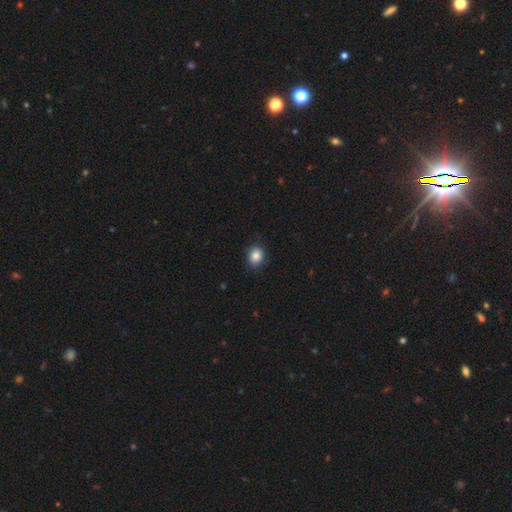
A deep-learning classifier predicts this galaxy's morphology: smooth-or-featured: smooth: 86% | star or artifact: 9% | featured or disk: 4%
  how-rounded: round: 59% | in between: 40% | cigar-shaped: 1%
  merging: none: 88% | minor disturbance: 9% | major disturbance: 2% | merger: 1%